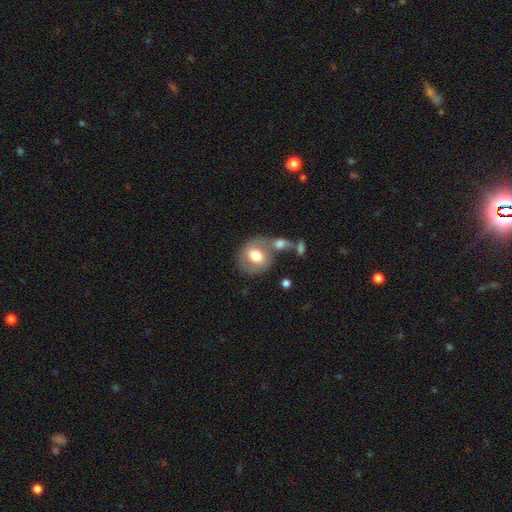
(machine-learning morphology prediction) smooth-or-featured: smooth: 57% | featured or disk: 35% | star or artifact: 7%
  how-rounded: round: 67% | in between: 32% | cigar-shaped: 1%
  merging: none: 54% | merger: 23% | minor disturbance: 15% | major disturbance: 8%